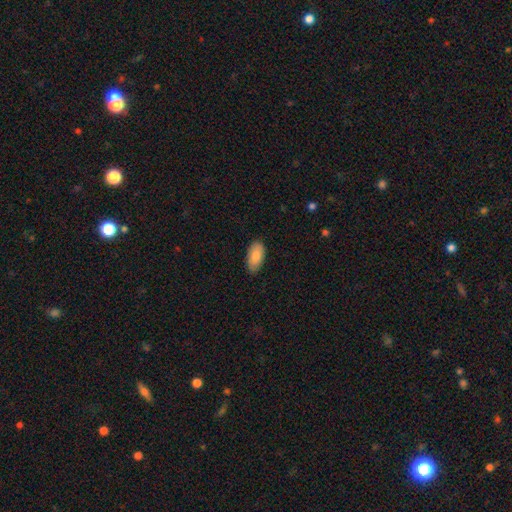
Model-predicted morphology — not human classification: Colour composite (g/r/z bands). It shows a smooth galaxy with no disk features (85%) that is in between round and cigar-shaped (94%). Merging: none (85%).